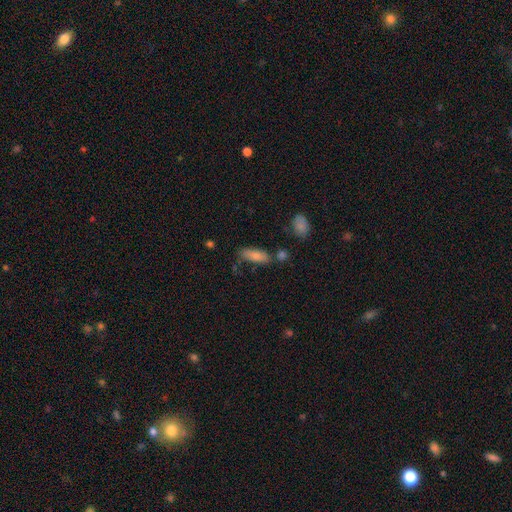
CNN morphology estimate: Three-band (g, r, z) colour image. It shows a smooth galaxy with no disk features (82%) that is in between round and cigar-shaped (63%). Merging: none (67%).